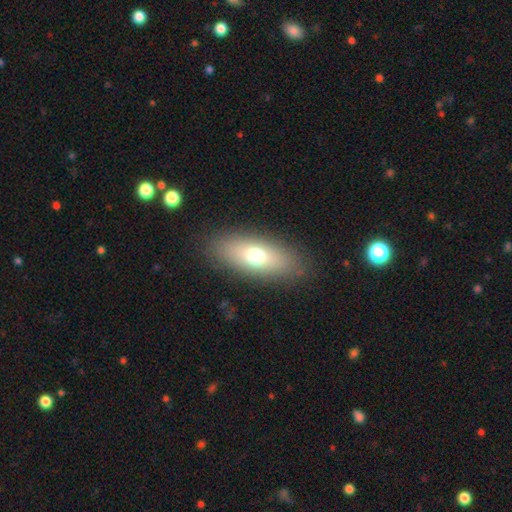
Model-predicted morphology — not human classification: smooth_or_featured: smooth (p=0.68) [alt: featured or disk p=0.22]
how_rounded: in between (p=0.79) [alt: cigar-shaped p=0.14]
merging: none (p=0.85) [alt: minor disturbance p=0.09]